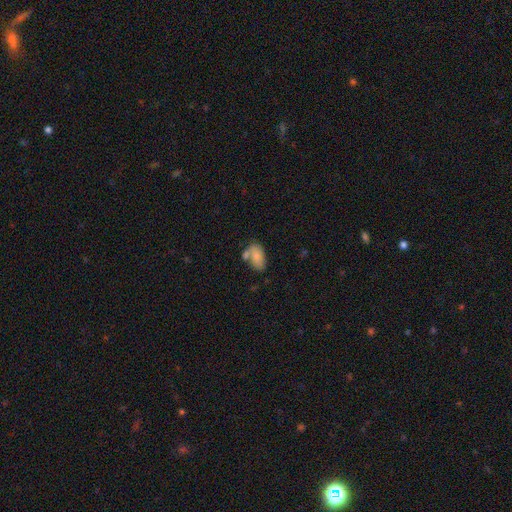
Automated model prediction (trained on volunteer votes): A smooth galaxy with no disk features (80%) that is in between round and cigar-shaped (93%).

Vote fractions:
- Smooth or featured? smooth: 80% / featured or disk: 13% / star or artifact: 7%
- How rounded? in between: 93% / round: 5% / cigar-shaped: 3%
- Merging? none: 47% / merger: 28% / minor disturbance: 19% / major disturbance: 6%